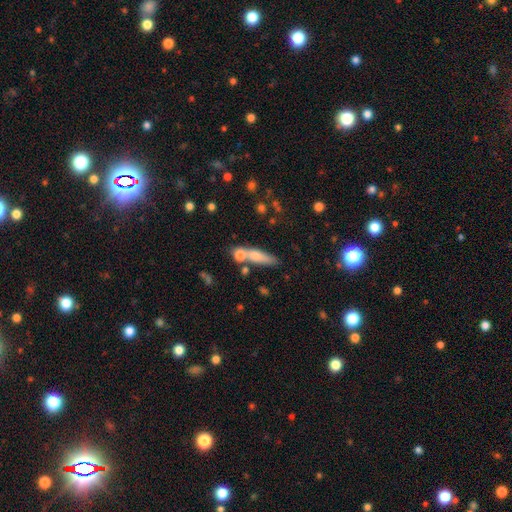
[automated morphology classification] A smooth galaxy with no disk features (68%) that is cigar-shaped (68%). Merging: none (52%).